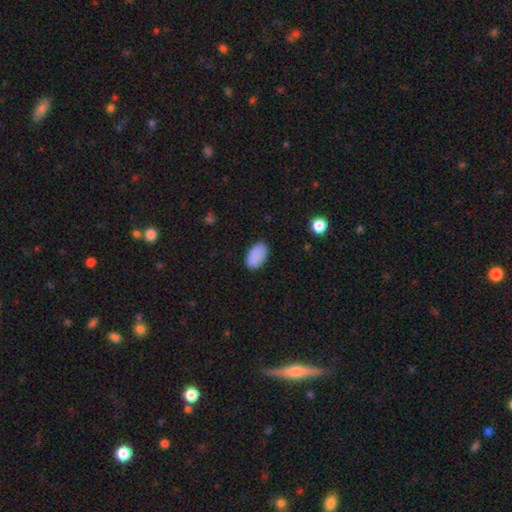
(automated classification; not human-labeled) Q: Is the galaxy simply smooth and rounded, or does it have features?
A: smooth — 89%.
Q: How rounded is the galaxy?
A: in between — 93%.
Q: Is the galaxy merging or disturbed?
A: none — 83%.